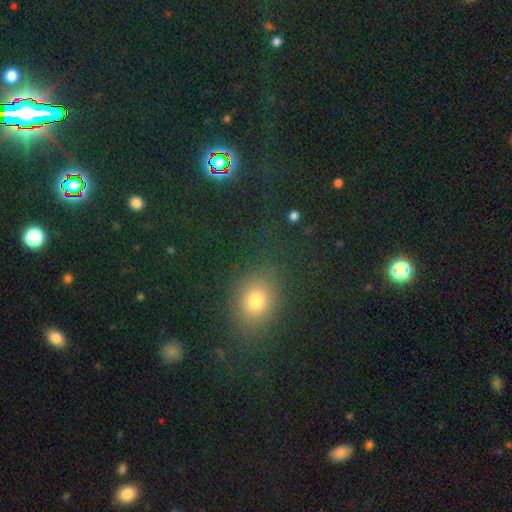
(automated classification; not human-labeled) Smooth or featured? Predicted: smooth (p=0.66). How rounded? Predicted: in between (p=0.52). Merging? Predicted: none (p=0.83).